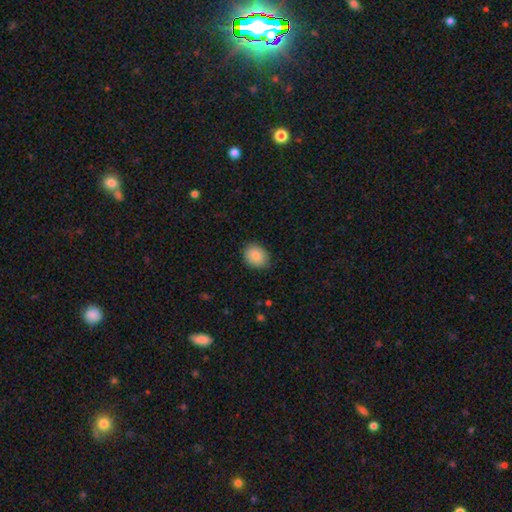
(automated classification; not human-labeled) Smooth or featured? smooth (88%)
How rounded? in between (54%)
Merging? none (82%)